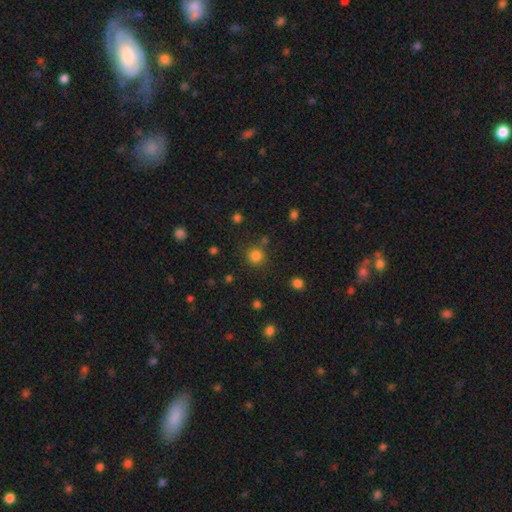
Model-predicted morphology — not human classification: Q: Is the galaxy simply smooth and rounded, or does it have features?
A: smooth — 81%.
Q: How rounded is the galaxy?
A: round — 92%.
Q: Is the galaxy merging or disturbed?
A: none — 80%.